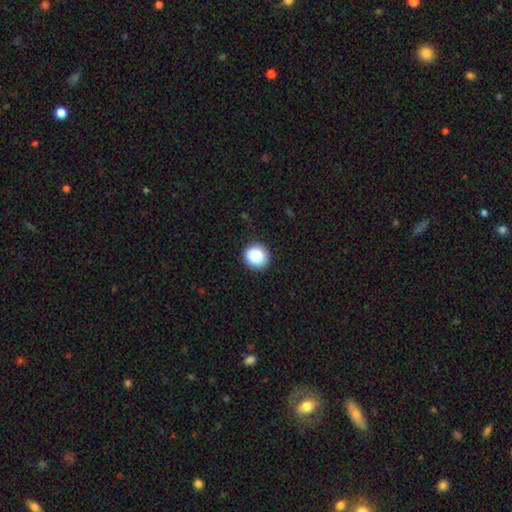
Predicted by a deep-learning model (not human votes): Smooth or featured? smooth (87%)
How rounded? round (89%)
Merging? none (90%)